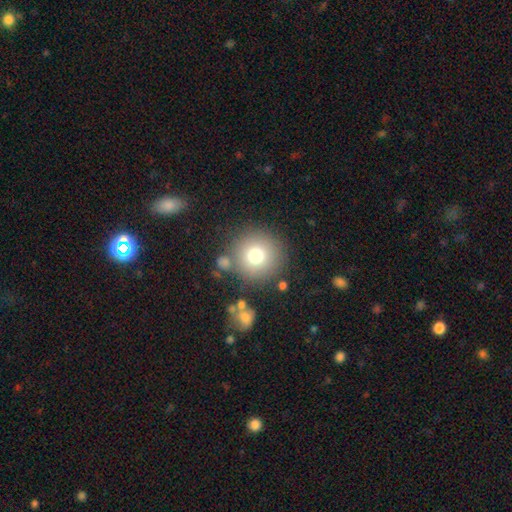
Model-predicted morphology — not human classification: A smooth galaxy with no disk features (75%) that is round (95%). Merging: none (81%).